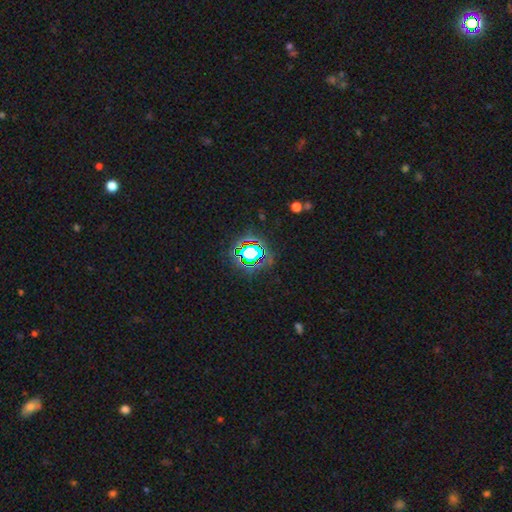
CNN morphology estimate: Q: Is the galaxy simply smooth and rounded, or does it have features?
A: star or artifact — 76%.